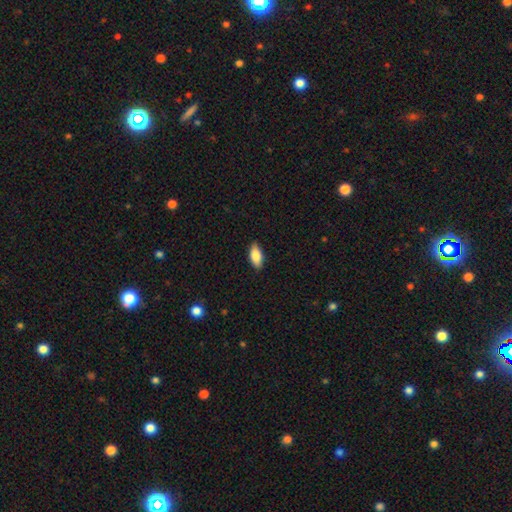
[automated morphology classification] Smooth or featured?
  - smooth: 84% *
  - featured or disk: 10%
  - star or artifact: 6%
How rounded?
  - in between: 88% *
  - cigar-shaped: 10%
  - round: 3%
Merging?
  - none: 88% *
  - minor disturbance: 9%
  - major disturbance: 2%
  - merger: 1%